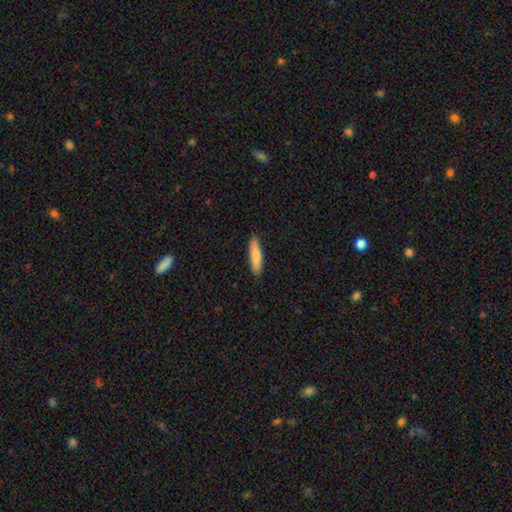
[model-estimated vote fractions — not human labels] smooth_or_featured: smooth (p=0.80) [alt: featured or disk p=0.14]
how_rounded: cigar-shaped (p=0.76) [alt: in between p=0.22]
merging: none (p=0.89) [alt: minor disturbance p=0.09]